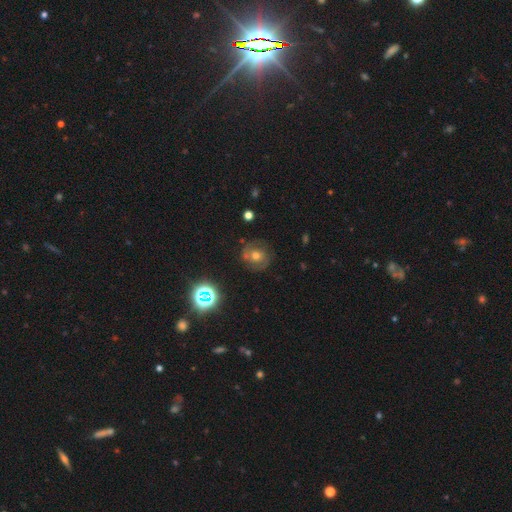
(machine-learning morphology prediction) A featured or disk galaxy (46%). Merging: none (74%).